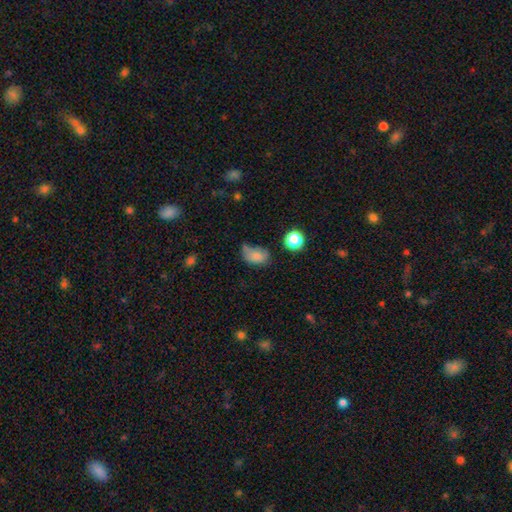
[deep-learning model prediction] The model was most divided on "merging": none: 36%, minor disturbance: 35%, major disturbance: 18%, merger: 11%. More confident: how rounded — in between (78%); smooth or featured — smooth (75%).